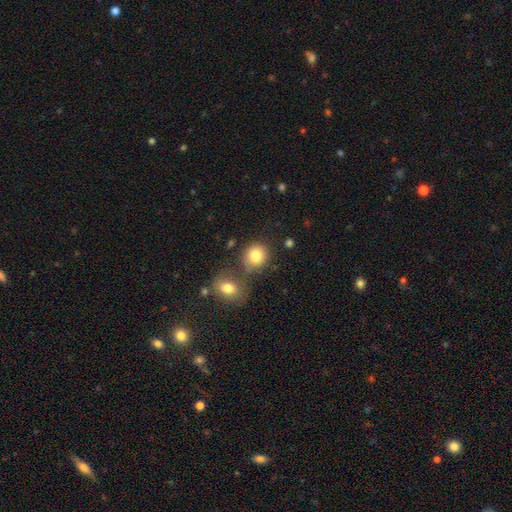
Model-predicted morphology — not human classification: Smooth or featured?
  - smooth: 83% *
  - star or artifact: 10%
  - featured or disk: 8%
How rounded?
  - round: 79% *
  - in between: 20%
  - cigar-shaped: 1%
Merging?
  - none: 63% *
  - merger: 20%
  - minor disturbance: 12%
  - major disturbance: 5%